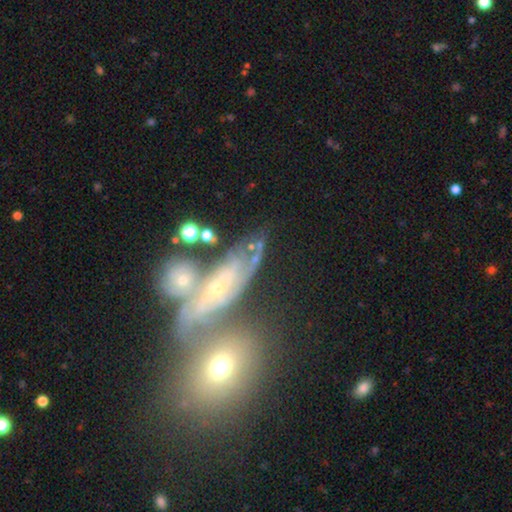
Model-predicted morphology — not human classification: Q: Smooth or featured?
A: featured or disk (64%); runner-up: smooth (23%)
Q: Edge-on disk?
A: no (81%); runner-up: yes (19%)
Q: Bar?
A: no (57%); runner-up: weak (27%)
Q: Spiral arms?
A: yes (79%); runner-up: no (21%)
Q: Bulge size?
A: small (71%); runner-up: moderate (22%)
Q: Merging?
A: none (44%); runner-up: merger (28%)